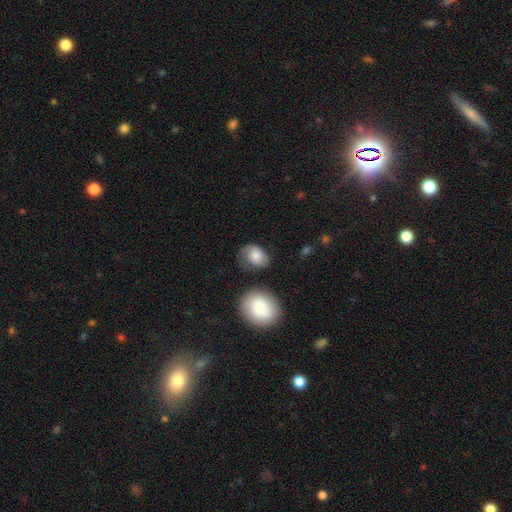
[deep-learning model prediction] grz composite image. It shows a smooth galaxy with no disk features (76%) that is in between round and cigar-shaped (65%). Merging: none (53%).